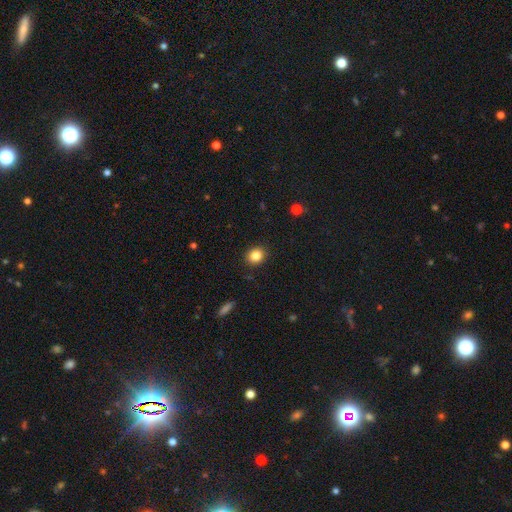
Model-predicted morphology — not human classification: A smooth galaxy with no disk features (84%) that is round (71%). Merging: none (90%).